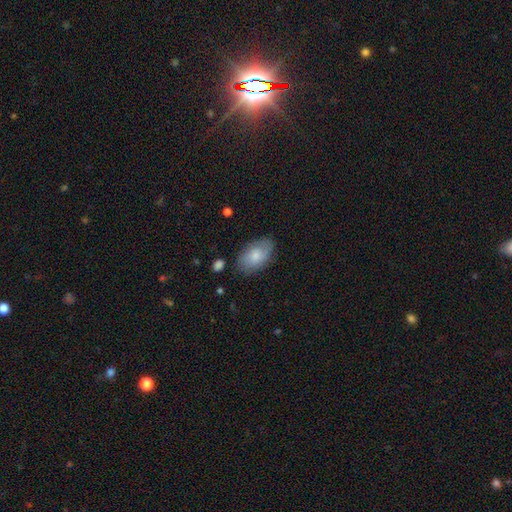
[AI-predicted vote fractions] Smooth or featured? smooth (75%)
How rounded? in between (93%)
Merging? none (76%)